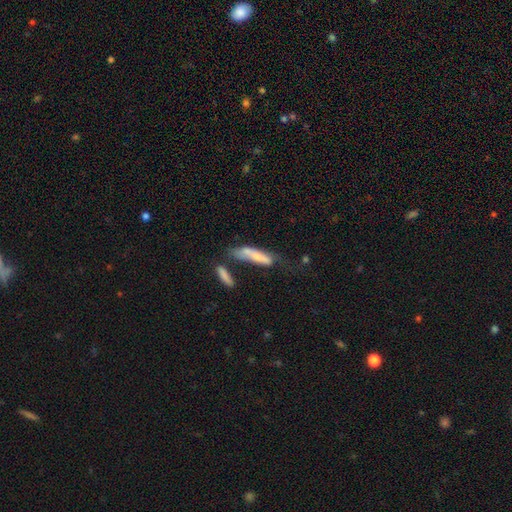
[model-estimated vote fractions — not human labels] A smooth galaxy with no disk features (62%) that is cigar-shaped (73%).

Vote fractions:
- Smooth or featured? smooth: 62% / featured or disk: 30% / star or artifact: 8%
- How rounded? cigar-shaped: 73% / in between: 25% / round: 2%
- Merging? merger: 31% / none: 26% / major disturbance: 22% / minor disturbance: 21%